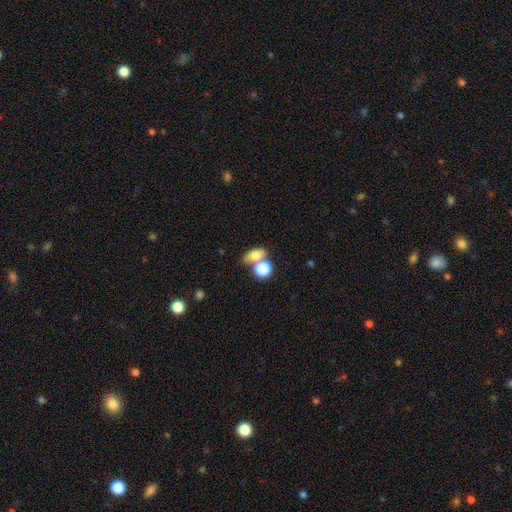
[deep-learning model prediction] Smooth or featured?
  - smooth: 74% *
  - featured or disk: 15%
  - star or artifact: 11%
How rounded?
  - in between: 66% *
  - round: 27%
  - cigar-shaped: 7%
Merging?
  - none: 44% *
  - merger: 41%
  - minor disturbance: 10%
  - major disturbance: 5%